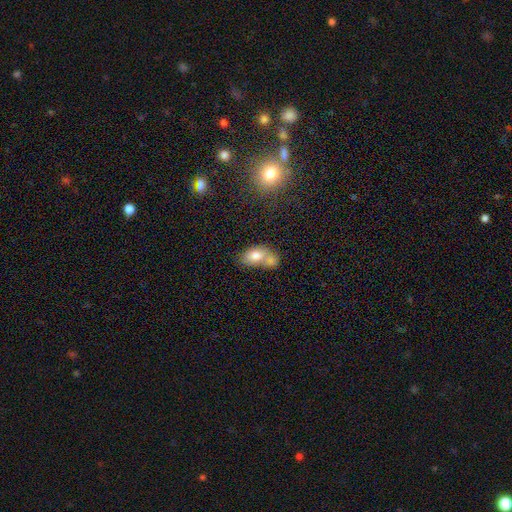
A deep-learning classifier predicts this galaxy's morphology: type=smooth (76%); roundness=in between (85%); merging=merger (64%).